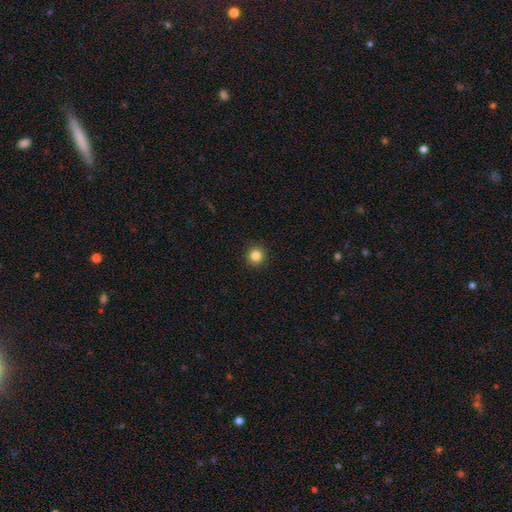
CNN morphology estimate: This is clearly a smooth galaxy (84%). How rounded: clearly round (94%). Merging: clearly none (92%).